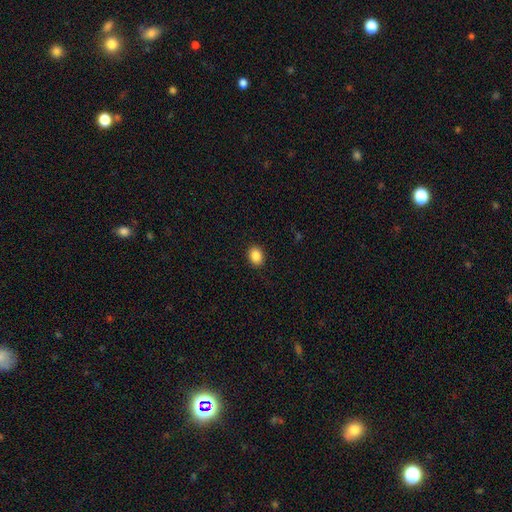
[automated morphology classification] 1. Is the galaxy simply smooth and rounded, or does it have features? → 87% smooth, 9% star or artifact, 4% featured or disk.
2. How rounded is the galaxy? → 50% in between, 49% round, 1% cigar-shaped.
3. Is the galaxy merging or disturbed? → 90% none, 7% minor disturbance, 2% major disturbance, 1% merger.